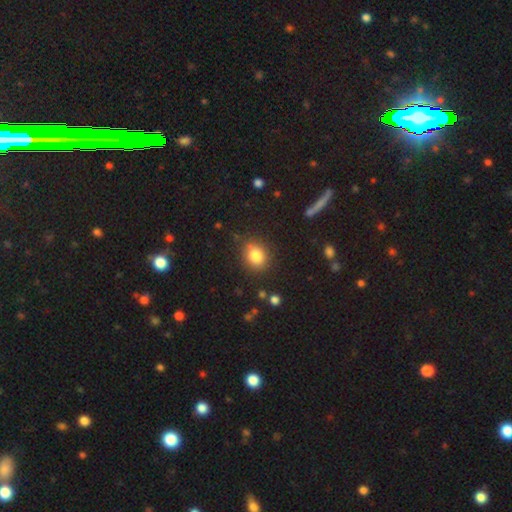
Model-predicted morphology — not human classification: The model was most divided on "how rounded": round: 60%, in between: 39%, cigar-shaped: 1%. More confident: smooth or featured — smooth (83%); merging — none (82%).